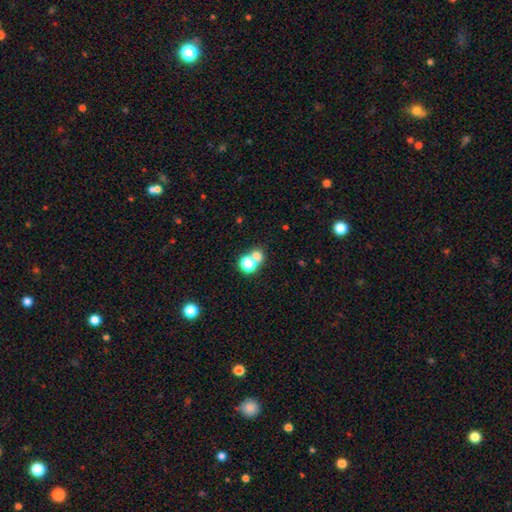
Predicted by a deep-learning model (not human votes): This appears to be a smooth galaxy with no disk features (63%) that is round (77%). Merging: none (49%).